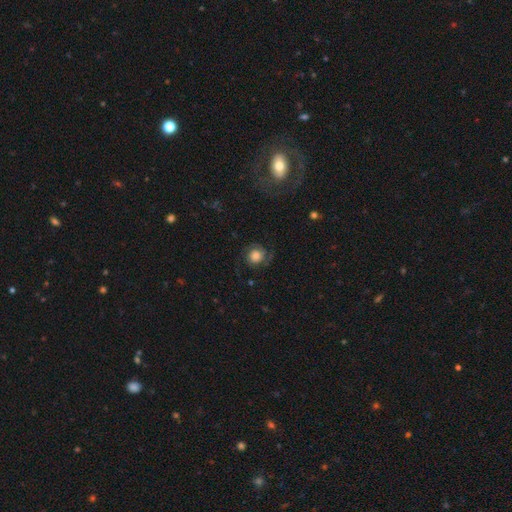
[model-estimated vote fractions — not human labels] A featured or disk galaxy (57%) with no bar (76%), 2 (80%) medium (44%) spiral arms (92%) and a large central bulge (46%).

Vote fractions:
- Smooth or featured? featured or disk: 57% / smooth: 34% / star or artifact: 9%
- Edge-on disk? no: 98% / yes: 2%
- Bar? no: 76% / weak: 20% / strong: 4%
- Spiral arms? yes: 92% / no: 8%
- Spiral winding? medium: 44% / tight: 31% / loose: 25%
- Spiral arm count? 2: 80% / can't tell: 7% / 1: 6% / 3: 4% / 4: 2% / more than 4: 2%
- Bulge size? large: 46% / moderate: 24% / dominant: 14% / small: 9% / none: 7%
- Merging? none: 69% / minor disturbance: 17% / major disturbance: 12% / merger: 1%